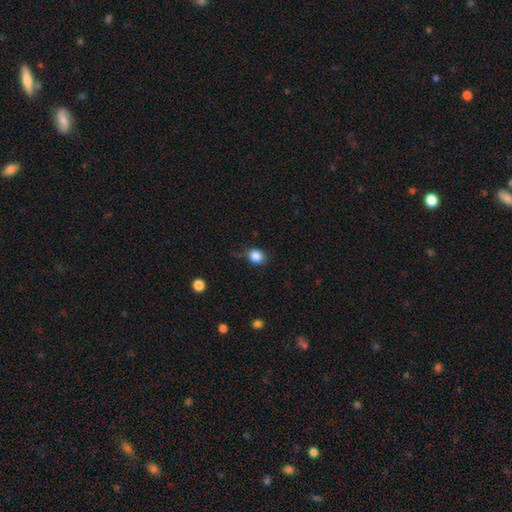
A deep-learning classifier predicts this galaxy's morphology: type=smooth (85%); roundness=round (67%); merging=none (68%).